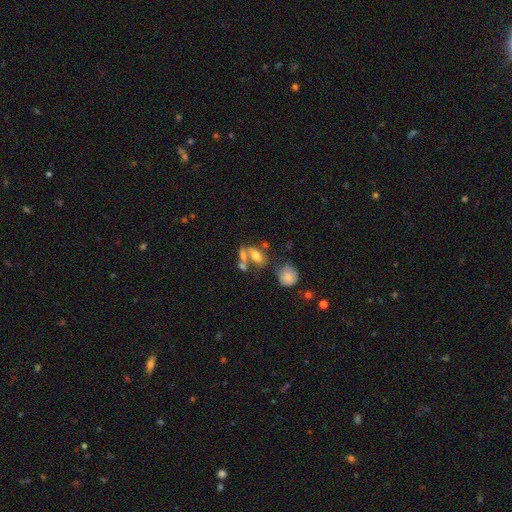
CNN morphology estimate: Overall: smooth (61%; featured or disk 27%). How rounded: in between (75%). Merging: merger (41%; none 37%).